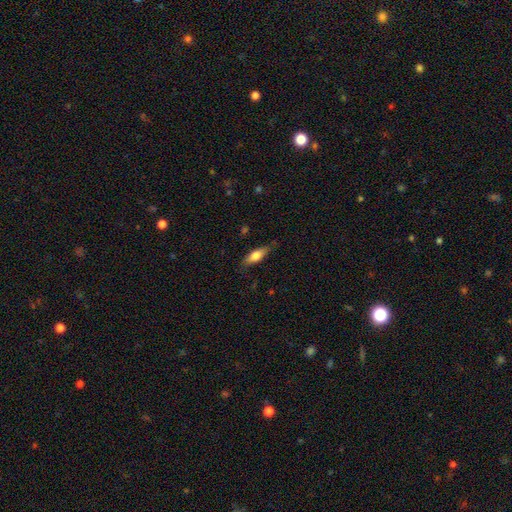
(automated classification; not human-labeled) Smooth or featured? smooth (70%)
How rounded? in between (61%)
Merging? none (74%)